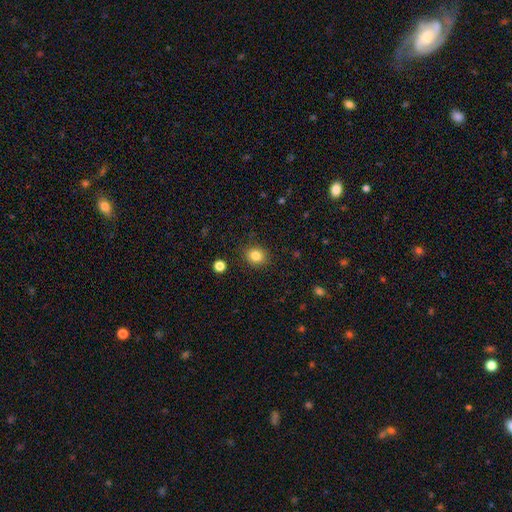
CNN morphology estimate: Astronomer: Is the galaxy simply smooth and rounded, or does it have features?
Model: smooth — 84%.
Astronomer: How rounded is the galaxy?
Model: round — 74%.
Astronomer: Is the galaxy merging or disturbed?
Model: none — 87%.